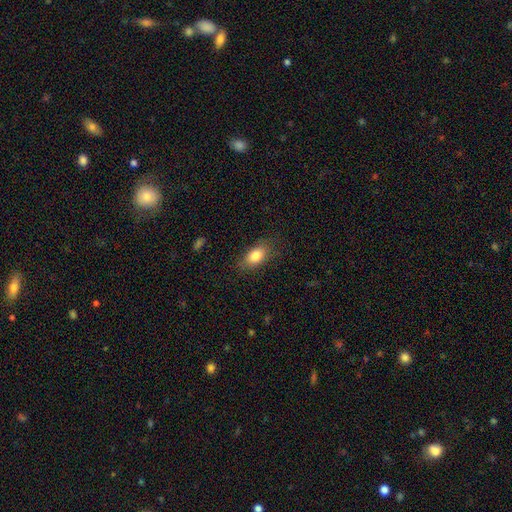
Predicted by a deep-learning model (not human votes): Smooth or featured?
  - smooth: 83% *
  - featured or disk: 9%
  - star or artifact: 8%
How rounded?
  - in between: 87% *
  - round: 9%
  - cigar-shaped: 4%
Merging?
  - none: 79% *
  - minor disturbance: 15%
  - major disturbance: 4%
  - merger: 1%